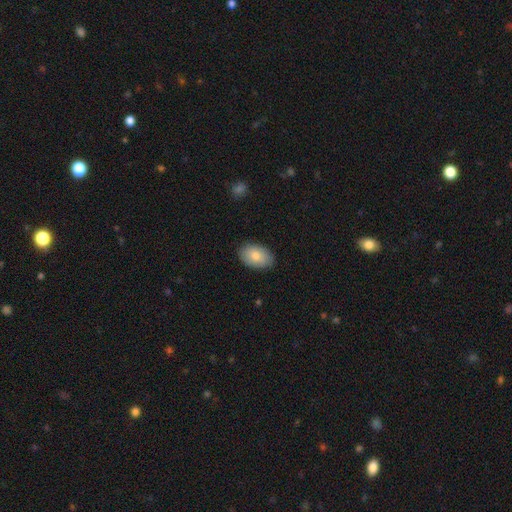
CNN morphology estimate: The model was most divided on "smooth or featured": smooth: 84%, featured or disk: 10%, star or artifact: 6%. More confident: how rounded — in between (91%); merging — none (86%).